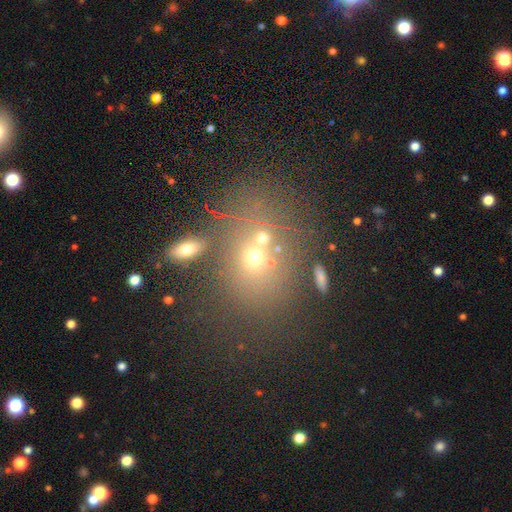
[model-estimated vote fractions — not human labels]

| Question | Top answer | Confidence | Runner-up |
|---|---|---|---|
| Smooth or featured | smooth | 55% | star or artifact (24%) |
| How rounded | round | 51% | in between (47%) |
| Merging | none | 48% | merger (32%) |